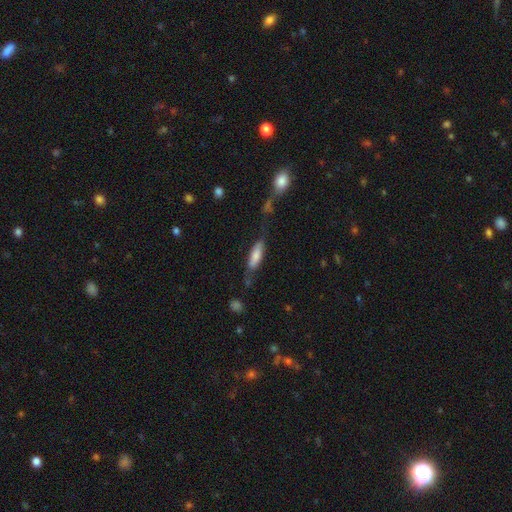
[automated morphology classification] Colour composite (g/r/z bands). It shows a smooth galaxy with no disk features (73%) that is cigar-shaped (50%). Merging: none (54%).